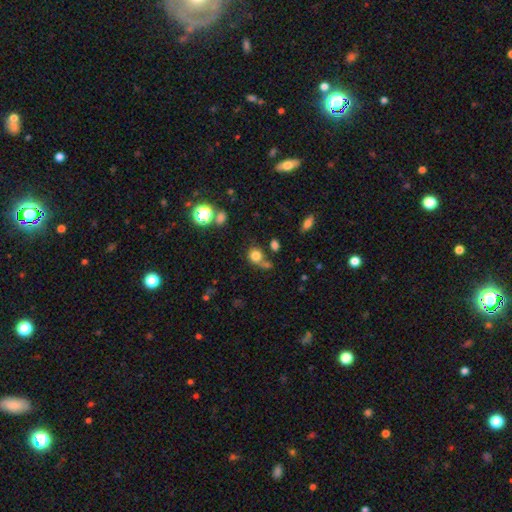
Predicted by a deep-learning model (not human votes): A smooth galaxy with no disk features (78%) that is round (78%).

Vote fractions:
- Smooth or featured? smooth: 78% / star or artifact: 14% / featured or disk: 8%
- How rounded? round: 78% / in between: 21% / cigar-shaped: 1%
- Merging? none: 54% / merger: 22% / minor disturbance: 15% / major disturbance: 8%